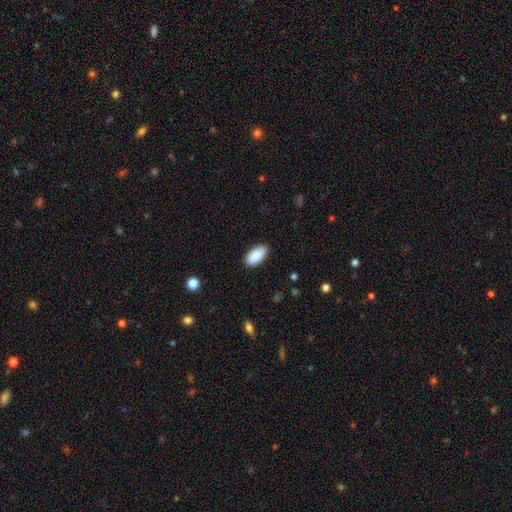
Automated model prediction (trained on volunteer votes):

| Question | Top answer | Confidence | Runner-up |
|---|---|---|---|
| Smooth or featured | smooth | 88% | star or artifact (6%) |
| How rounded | in between | 94% | cigar-shaped (4%) |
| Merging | none | 87% | minor disturbance (10%) |